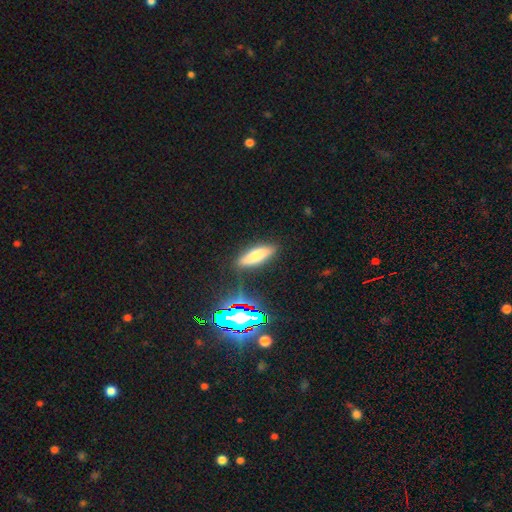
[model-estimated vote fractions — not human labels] Overall: smooth (69%). How rounded: cigar-shaped (52%; in between 45%). Merging: none (83%).